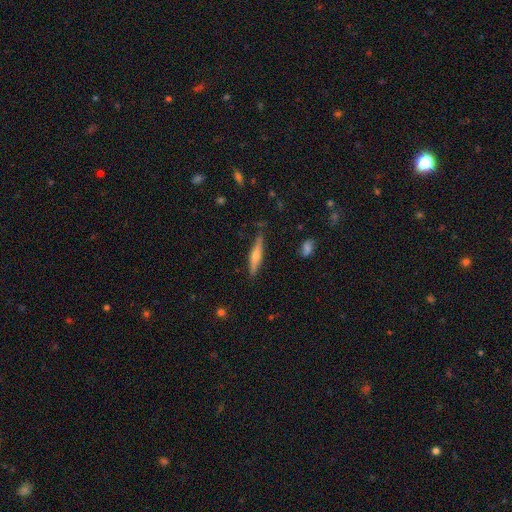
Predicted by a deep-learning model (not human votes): Smooth or featured: featured or disk — 53% (smooth — 40%)
Edge-on disk: yes — 95% (no — 5%)
Edge-on bulge: rounded — 81% (none — 11%)
Merging: none — 83% (minor disturbance — 13%)